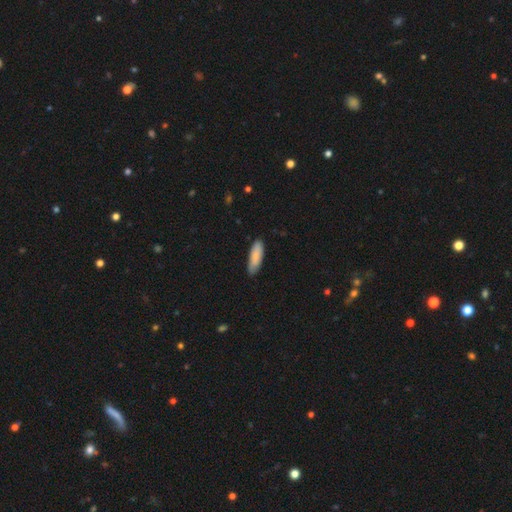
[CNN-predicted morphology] Smooth or featured: smooth — 86% (featured or disk — 9%)
How rounded: cigar-shaped — 49% (tied with in between — 49%)
Merging: none — 83% (minor disturbance — 14%)